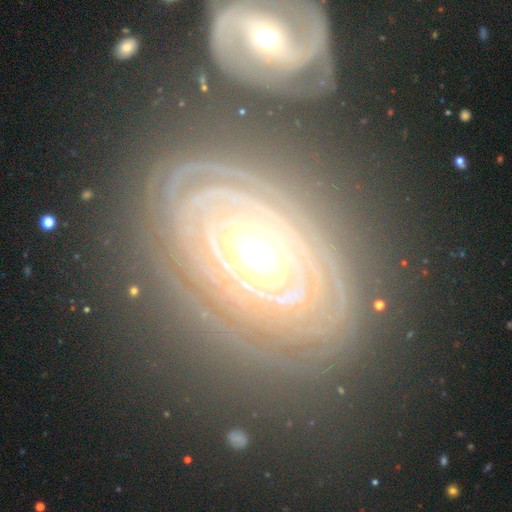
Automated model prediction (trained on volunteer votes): Smooth or featured? featured or disk (86%)
Edge-on disk? no (93%)
Bar? no (75%)
Spiral arms? yes (90%)
Spiral winding? tight (89%)
Spiral arm count? can't tell (31%)
Bulge size? moderate (62%)
Merging? none (75%)